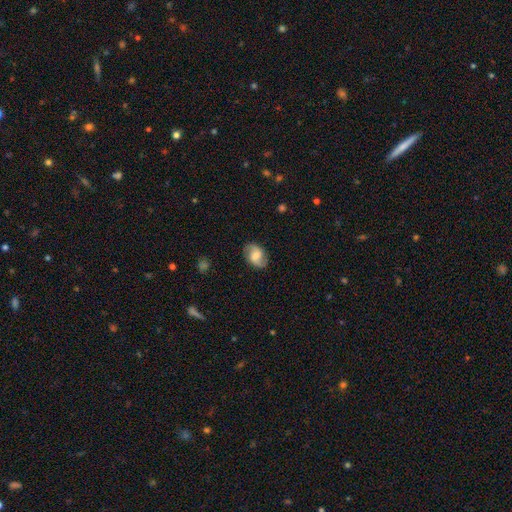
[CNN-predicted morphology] Smooth or featured? Predicted: featured or disk (p=0.64). Edge-on disk? Predicted: no (p=0.97). Bar? Predicted: weak (p=0.46). Spiral arms? Predicted: yes (p=0.92). Spiral winding? Predicted: medium (p=0.44). Spiral arm count? Predicted: 2 (p=0.91). Bulge size? Predicted: moderate (p=0.49). Merging? Predicted: none (p=0.83).